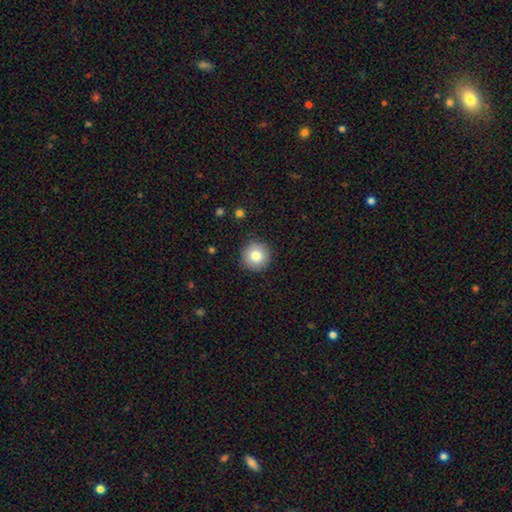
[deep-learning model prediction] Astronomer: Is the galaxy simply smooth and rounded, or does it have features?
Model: smooth — 81%.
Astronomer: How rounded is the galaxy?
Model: round — 96%.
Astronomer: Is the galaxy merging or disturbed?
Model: none — 91%.